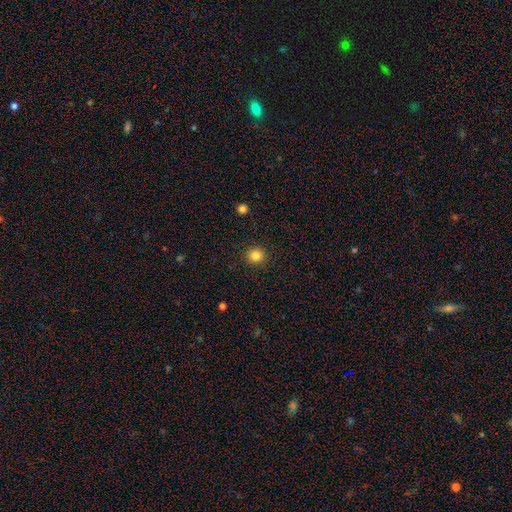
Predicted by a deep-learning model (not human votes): Smooth or featured? smooth (83%)
How rounded? round (90%)
Merging? none (92%)